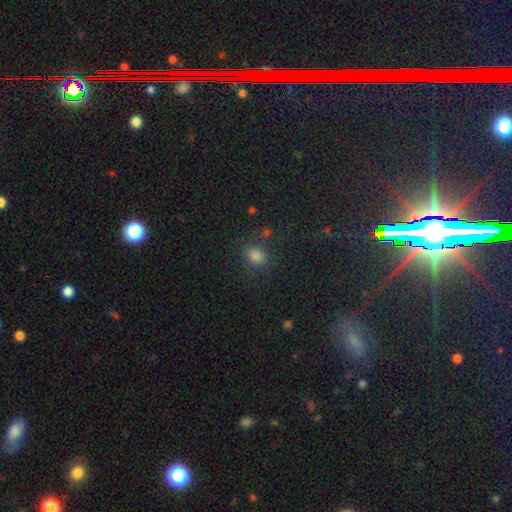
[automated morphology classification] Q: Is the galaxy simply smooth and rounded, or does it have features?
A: smooth — 76%.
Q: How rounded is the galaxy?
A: round — 55%.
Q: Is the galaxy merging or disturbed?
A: none — 80%.